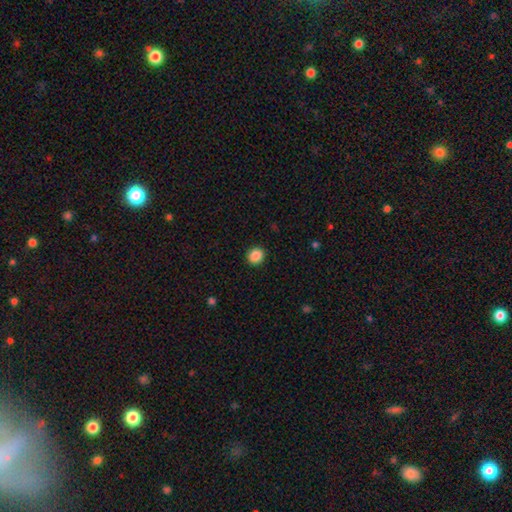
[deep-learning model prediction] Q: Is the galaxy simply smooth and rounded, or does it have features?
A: smooth — 87%.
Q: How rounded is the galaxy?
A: round — 84%.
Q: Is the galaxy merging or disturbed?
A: none — 92%.